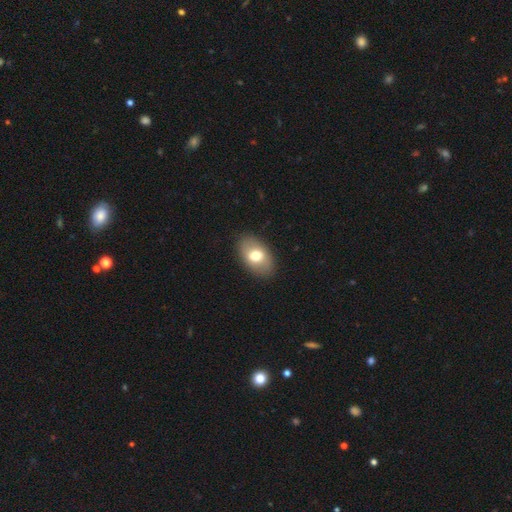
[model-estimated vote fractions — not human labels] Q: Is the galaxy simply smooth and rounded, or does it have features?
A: smooth — 69%.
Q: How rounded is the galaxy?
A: in between — 89%.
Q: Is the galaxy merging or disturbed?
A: none — 87%.